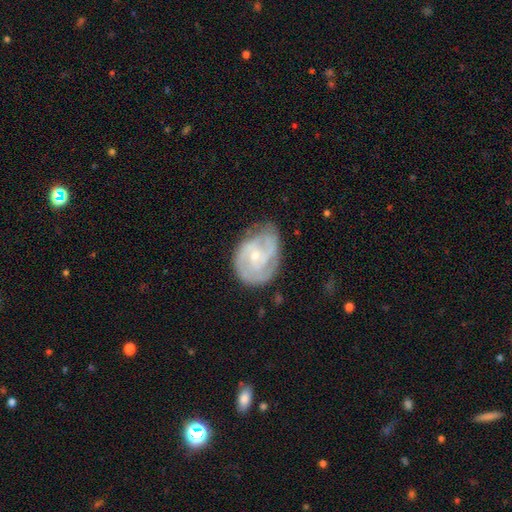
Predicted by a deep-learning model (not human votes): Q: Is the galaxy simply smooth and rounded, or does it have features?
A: featured or disk — 81%.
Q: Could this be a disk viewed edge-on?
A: no — 98%.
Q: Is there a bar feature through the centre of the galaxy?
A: no — 59%.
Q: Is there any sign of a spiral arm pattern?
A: yes — 94%.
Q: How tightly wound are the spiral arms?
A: tight — 53%.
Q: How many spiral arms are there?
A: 2 — 31%.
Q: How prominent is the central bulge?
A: small — 71%.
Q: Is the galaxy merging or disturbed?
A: none — 62%.